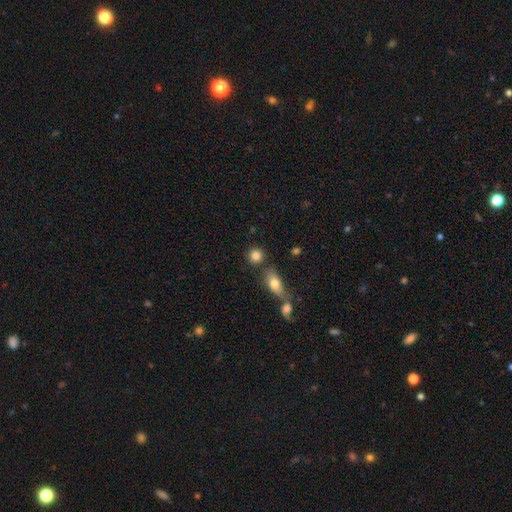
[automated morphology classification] This appears to be a smooth galaxy with no disk features (83%) that is round (80%). Merging: none (70%).